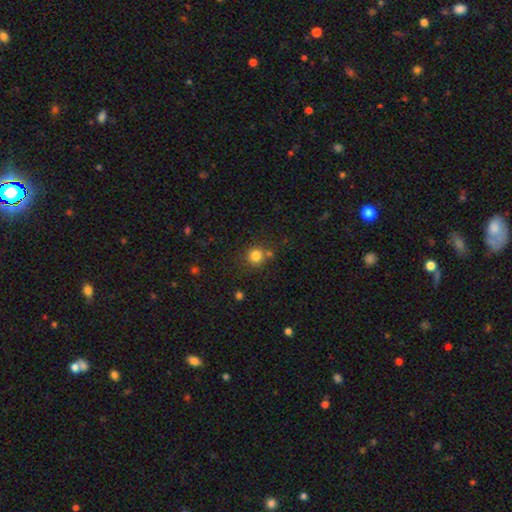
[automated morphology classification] smooth-or-featured: smooth: 82% | star or artifact: 13% | featured or disk: 5%
  how-rounded: round: 92% | in between: 7% | cigar-shaped: 1%
  merging: none: 76% | merger: 10% | minor disturbance: 10% | major disturbance: 3%